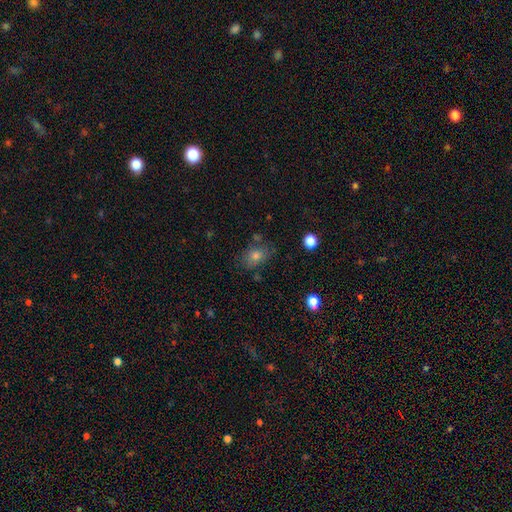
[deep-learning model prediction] smooth_or_featured: smooth (p=0.69) [alt: star or artifact p=0.17]
how_rounded: in between (p=0.66) [alt: round p=0.33]
merging: none (p=0.72) [alt: minor disturbance p=0.17]